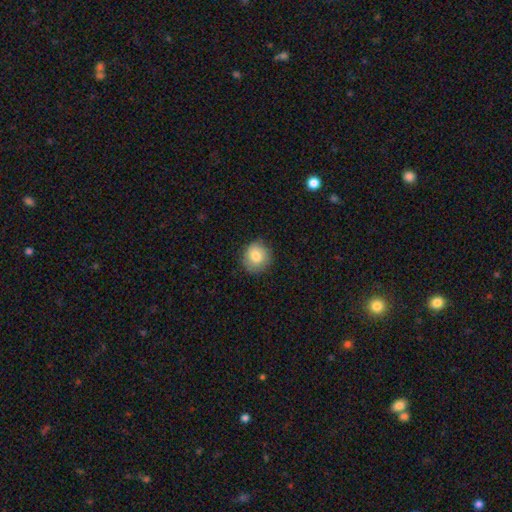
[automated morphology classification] A smooth galaxy with no disk features (82%) that is round (85%). Merging: none (83%).